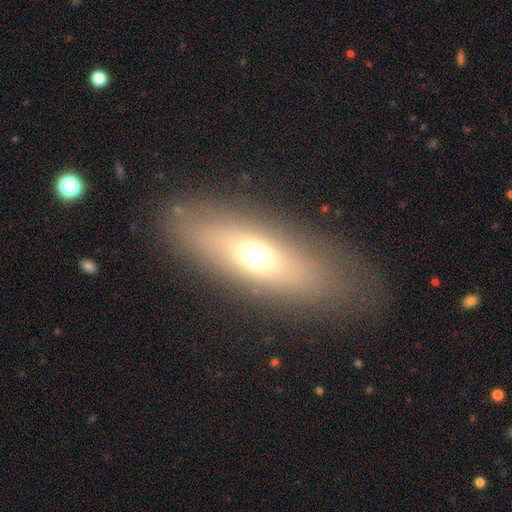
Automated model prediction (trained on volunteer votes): smooth 61%, featured or disk 29%, star or artifact 10%. Down the decision tree: how rounded — in between (59%); merging — none (81%).